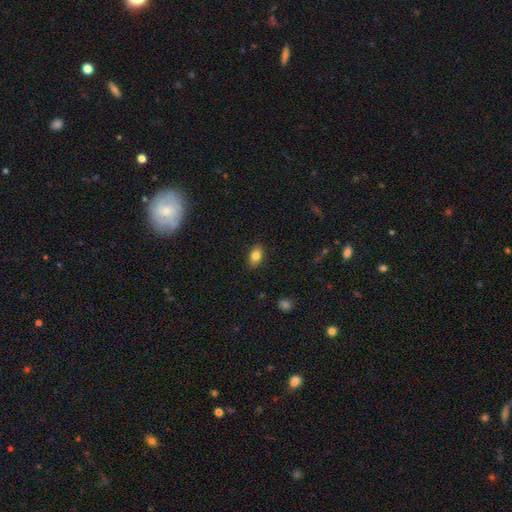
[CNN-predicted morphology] Smooth or featured?
  - smooth: 83% *
  - star or artifact: 9%
  - featured or disk: 9%
How rounded?
  - in between: 86% *
  - round: 11%
  - cigar-shaped: 2%
Merging?
  - none: 87% *
  - minor disturbance: 10%
  - major disturbance: 2%
  - merger: 1%